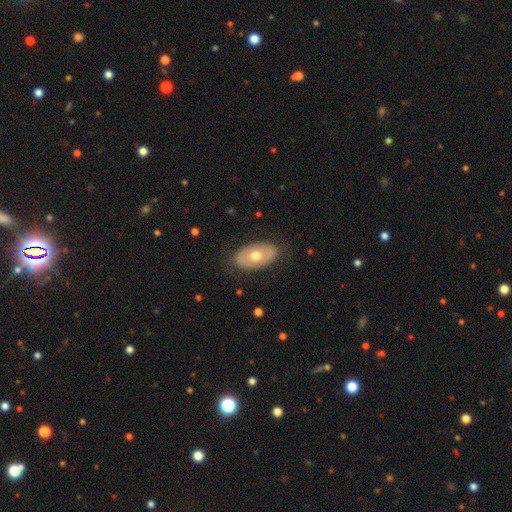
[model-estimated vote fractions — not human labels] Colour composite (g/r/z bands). It shows a smooth galaxy with no disk features (57%) that is in between round and cigar-shaped (92%). Merging: none (81%).